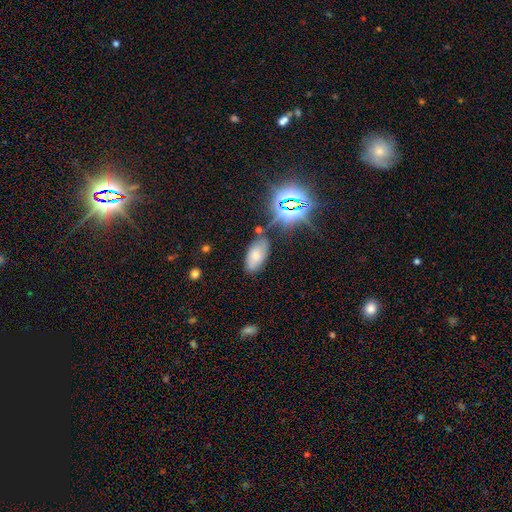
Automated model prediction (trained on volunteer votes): smooth 66%, star or artifact 17%, featured or disk 16%. Down the decision tree: how rounded — in between (93%); merging — none (71%).